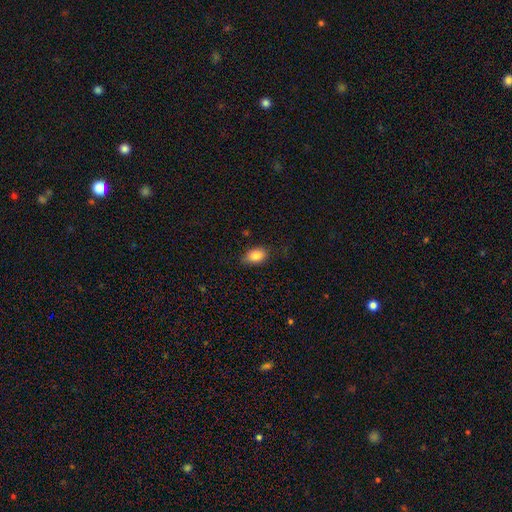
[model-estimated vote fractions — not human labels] smooth_or_featured: smooth (p=0.87) [alt: star or artifact p=0.07]
how_rounded: in between (p=0.89) [alt: round p=0.09]
merging: none (p=0.79) [alt: minor disturbance p=0.16]